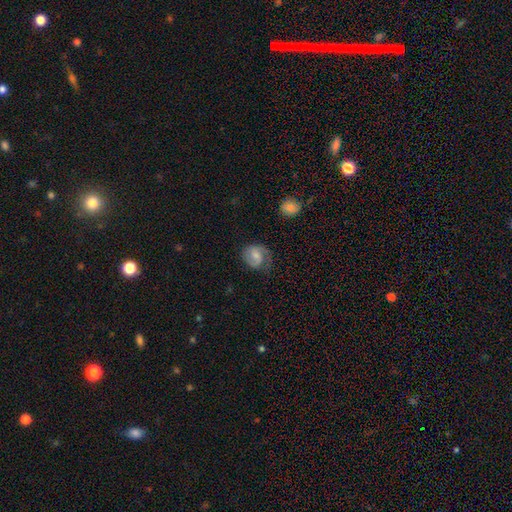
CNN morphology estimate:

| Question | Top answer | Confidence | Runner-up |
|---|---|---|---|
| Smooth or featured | featured or disk | 52% | smooth (41%) |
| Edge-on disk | no | 98% | yes (2%) |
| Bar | weak | 49% | no (38%) |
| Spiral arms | yes | 88% | no (12%) |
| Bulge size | moderate | 43% | small (42%) |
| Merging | none | 60% | minor disturbance (24%) |